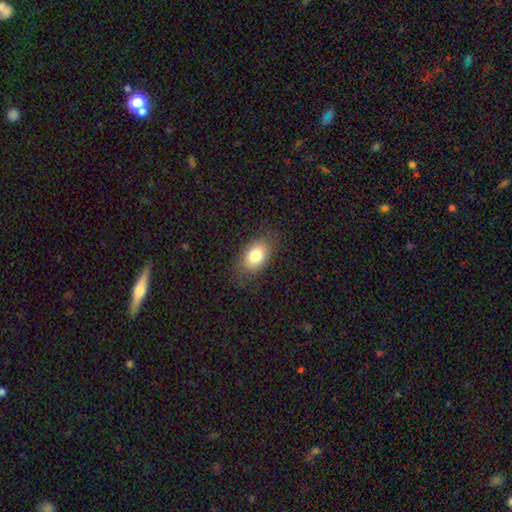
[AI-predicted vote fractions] Overall: smooth (80%). How rounded: in between (87%). Merging: none (82%).